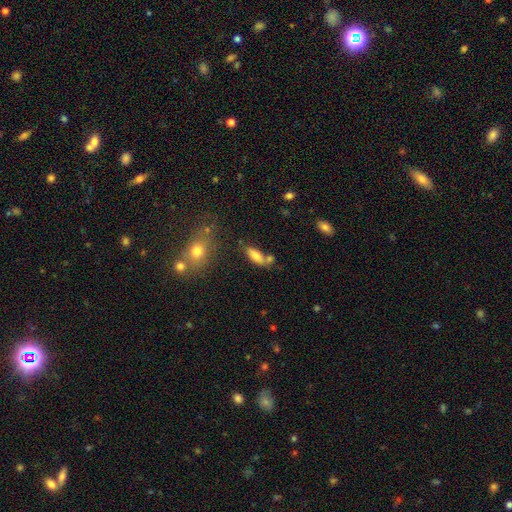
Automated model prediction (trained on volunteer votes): Smooth or featured? smooth (77%)
How rounded? in between (76%)
Merging? none (55%)